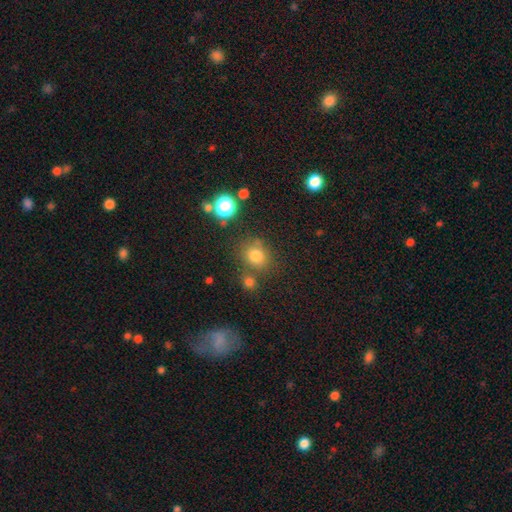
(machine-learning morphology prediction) smooth 75%, star or artifact 17%, featured or disk 8%. Down the decision tree: how rounded — round (77%); merging — none (71%).